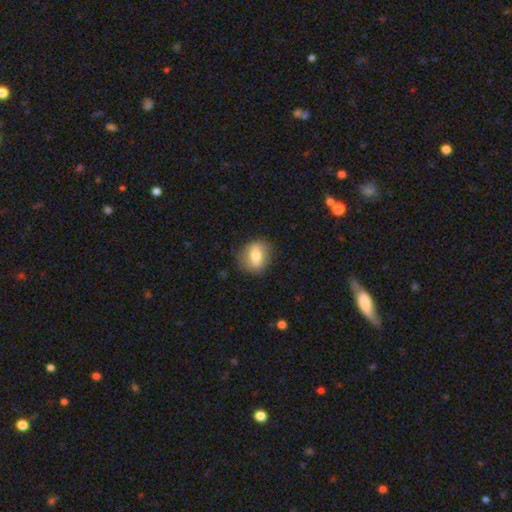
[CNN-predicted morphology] Smooth or featured? Predicted: smooth (p=0.65). How rounded? Predicted: round (p=0.57). Merging? Predicted: none (p=0.81).